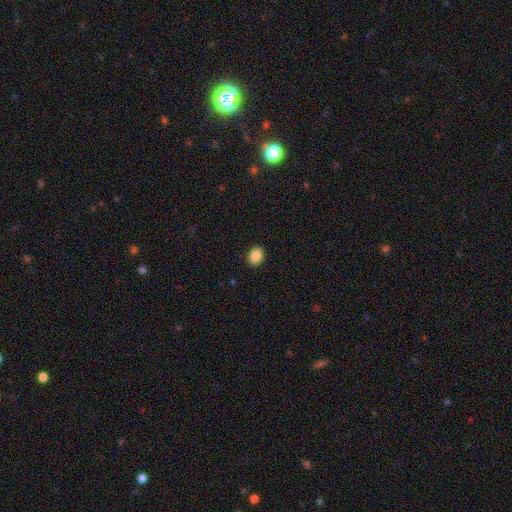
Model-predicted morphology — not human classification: Smooth or featured?
  - smooth: 88% *
  - star or artifact: 8%
  - featured or disk: 3%
How rounded?
  - in between: 70% *
  - round: 29%
  - cigar-shaped: 1%
Merging?
  - none: 90% *
  - minor disturbance: 7%
  - major disturbance: 2%
  - merger: 1%